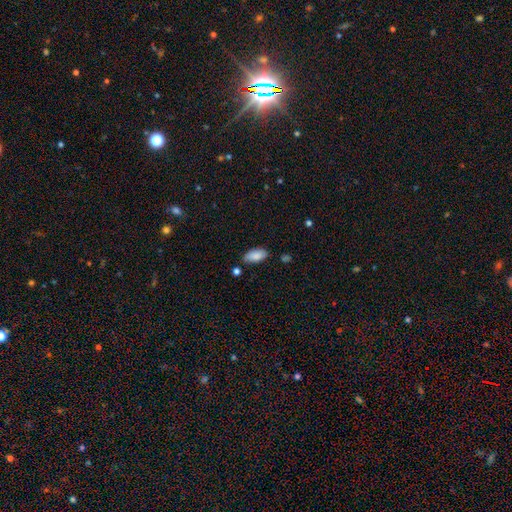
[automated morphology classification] Smooth or featured? smooth (86%)
How rounded? in between (91%)
Merging? none (78%)